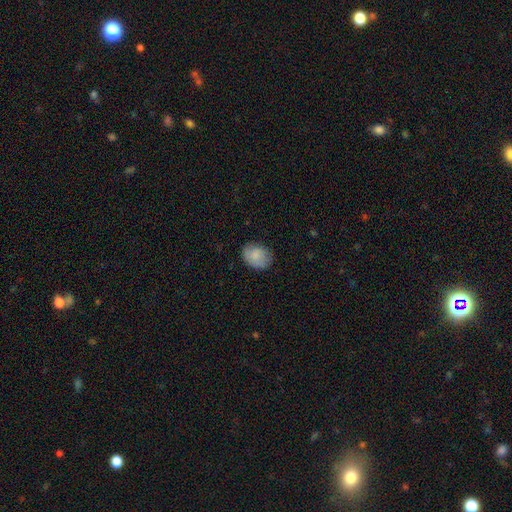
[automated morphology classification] Smooth or featured? Predicted: smooth (p=0.81). How rounded? Predicted: in between (p=0.62). Merging? Predicted: none (p=0.75).